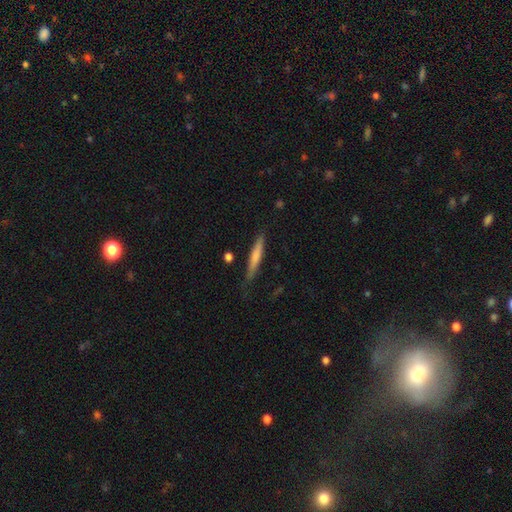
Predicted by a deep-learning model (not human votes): Overall: smooth (67%; featured or disk 27%). How rounded: cigar-shaped (93%). Merging: none (79%).